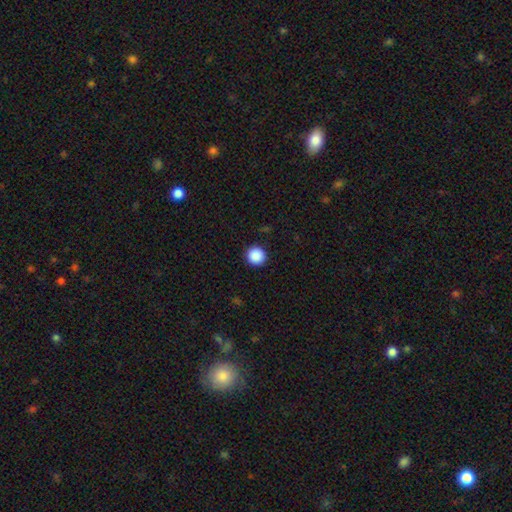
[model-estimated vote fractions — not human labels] Morphology: type=smooth (89%); roundness=round (95%); merging=none (92%).